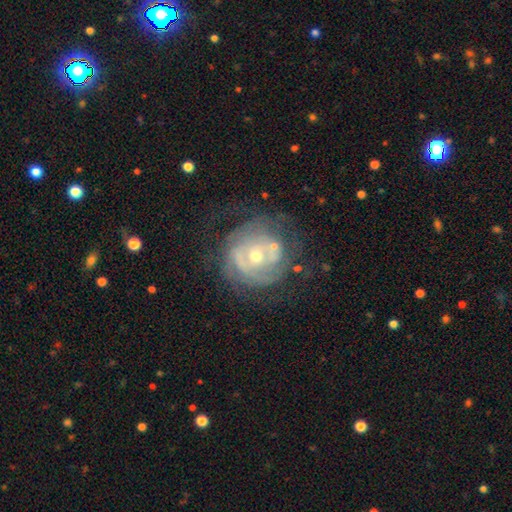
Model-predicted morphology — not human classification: Smooth or featured?
  - featured or disk: 72% *
  - smooth: 19%
  - star or artifact: 8%
Edge-on disk?
  - no: 97% *
  - yes: 3%
Bar?
  - no: 75% *
  - weak: 20%
  - strong: 6%
Spiral arms?
  - yes: 67% *
  - no: 33%
Bulge size?
  - small: 52% *
  - moderate: 44%
  - large: 2%
  - none: 1%
  - dominant: 1%
Merging?
  - none: 52% *
  - minor disturbance: 20%
  - major disturbance: 18%
  - merger: 10%